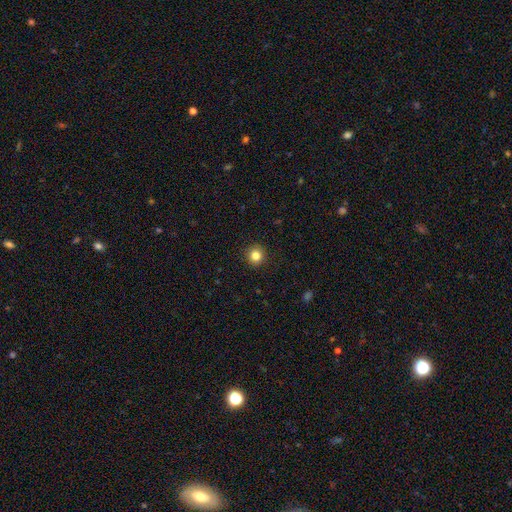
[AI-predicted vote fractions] Overall: smooth (83%). How rounded: round (94%). Merging: none (93%).